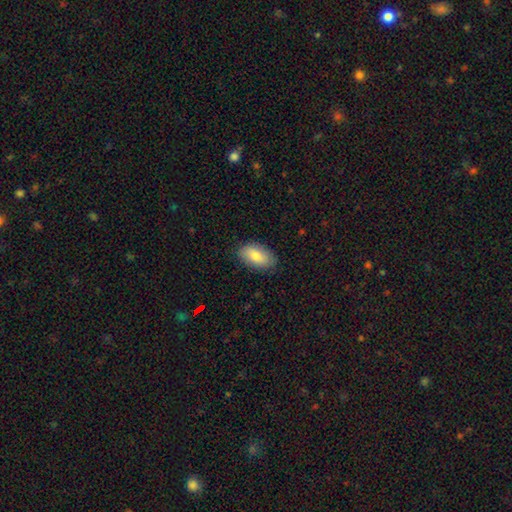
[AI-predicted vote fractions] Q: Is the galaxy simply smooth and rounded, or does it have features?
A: smooth — 81%.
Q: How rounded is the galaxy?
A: in between — 94%.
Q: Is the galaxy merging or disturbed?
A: none — 86%.